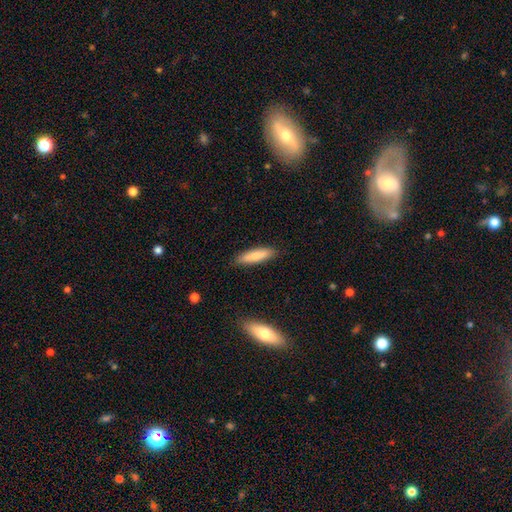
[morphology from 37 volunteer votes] A smooth galaxy with no disk features (89%) that is cigar-shaped (61%).

Vote fractions:
- Smooth or featured? smooth: 89% / featured or disk: 11% / star or artifact: 0%
- How rounded? cigar-shaped: 61% / in between: 39% / round: 0%
- Merging? none: 92% / minor disturbance: 8% / major disturbance: 0% / merger: 0%